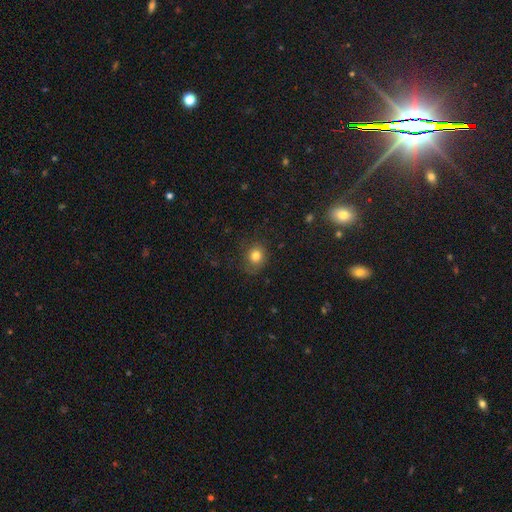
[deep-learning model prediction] smooth-or-featured: smooth: 81% | star or artifact: 12% | featured or disk: 7%
  how-rounded: round: 79% | in between: 20% | cigar-shaped: 1%
  merging: none: 78% | minor disturbance: 15% | major disturbance: 6% | merger: 1%